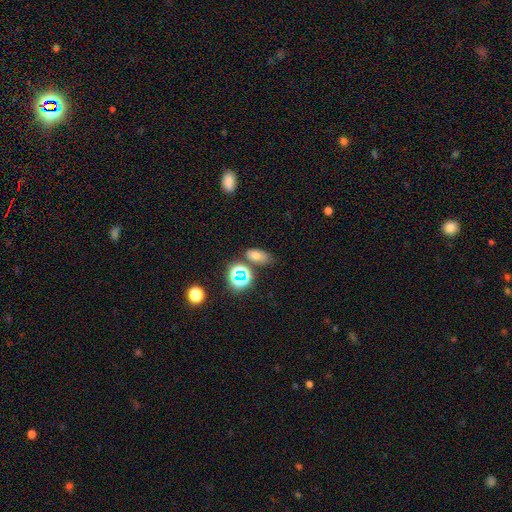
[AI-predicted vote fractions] smooth_or_featured: smooth (p=0.64) [alt: star or artifact p=0.25]
how_rounded: in between (p=0.82) [alt: round p=0.12]
merging: none (p=0.67) [alt: minor disturbance p=0.18]